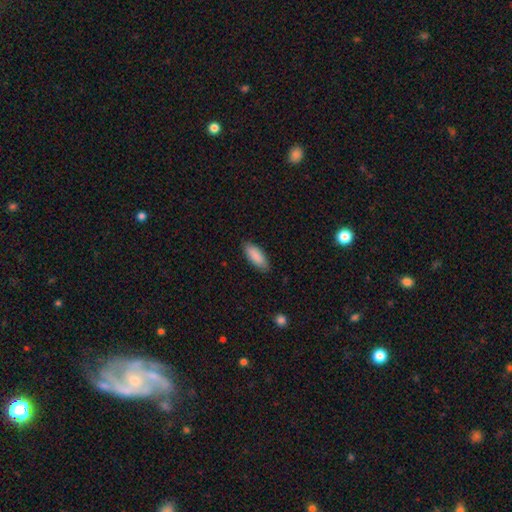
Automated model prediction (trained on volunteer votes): Smooth or featured? Predicted: smooth (p=0.89). How rounded? Predicted: in between (p=0.74). Merging? Predicted: none (p=0.84).